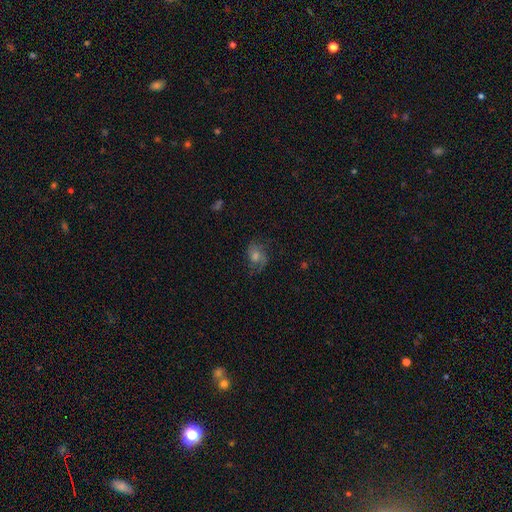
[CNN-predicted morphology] Smooth or featured?
  - featured or disk: 49% *
  - smooth: 34%
  - star or artifact: 16%
Merging?
  - none: 61% *
  - minor disturbance: 22%
  - major disturbance: 15%
  - merger: 2%